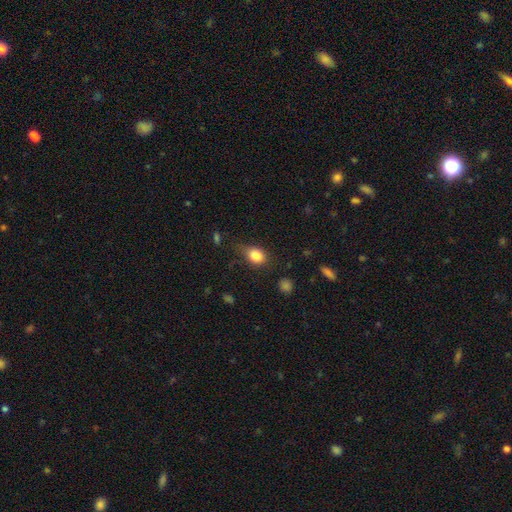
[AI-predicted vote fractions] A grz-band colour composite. It shows a smooth galaxy with no disk features (83%) that is in between round and cigar-shaped (62%). Merging: none (63%).